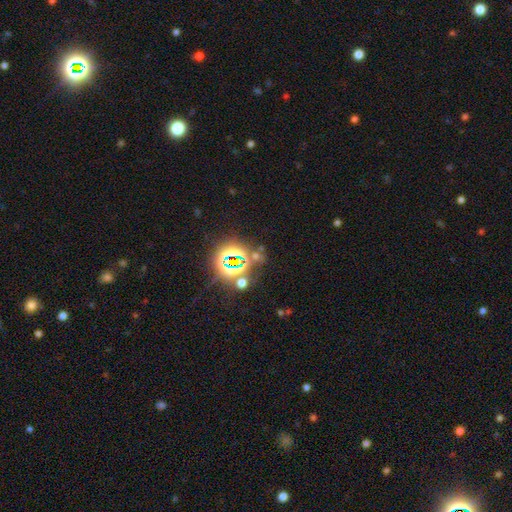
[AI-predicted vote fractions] Smooth or featured?
  - star or artifact: 70% *
  - smooth: 22%
  - featured or disk: 8%